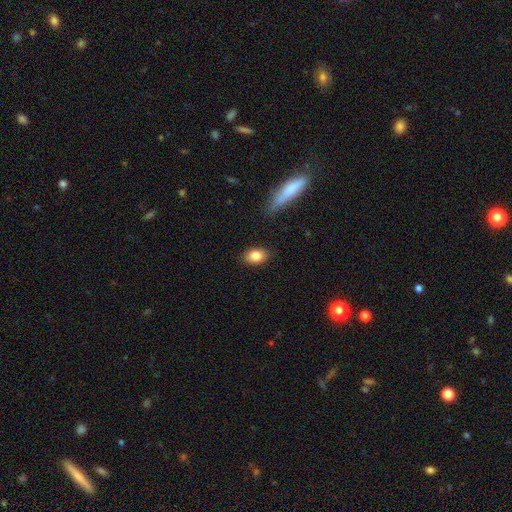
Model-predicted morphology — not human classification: Overall: smooth (85%). How rounded: in between (81%). Merging: none (86%).